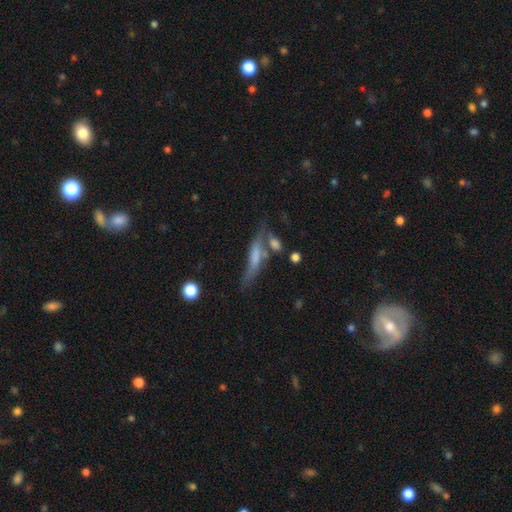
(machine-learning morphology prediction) Smooth or featured: smooth — 44% (tied with featured or disk — 44%)
Merging: none — 45% (merger — 21%)